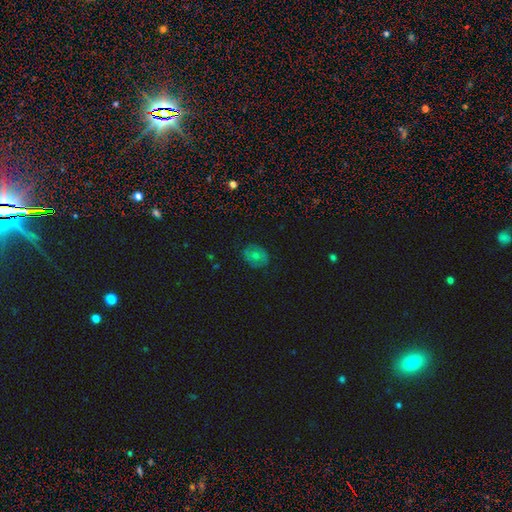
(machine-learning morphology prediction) type=smooth (55%); roundness=in between (51%); merging=none (80%).